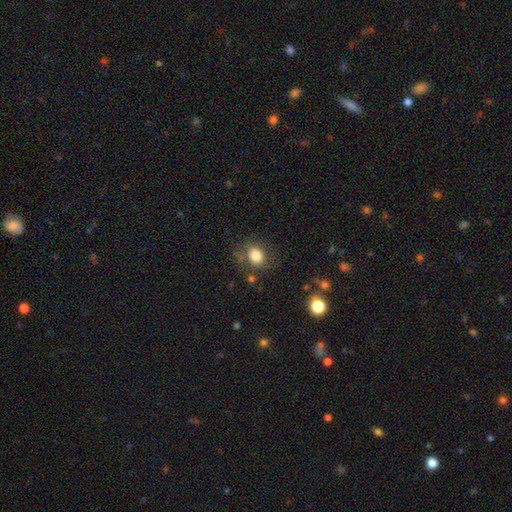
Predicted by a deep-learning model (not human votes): This is clearly a smooth galaxy (80%). How rounded: possibly round (58%). Merging: likely none (73%).